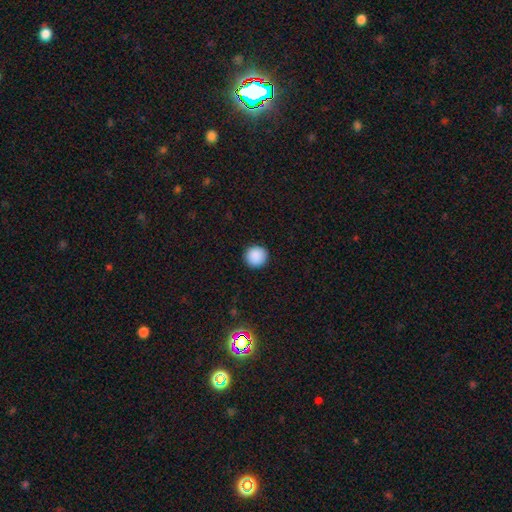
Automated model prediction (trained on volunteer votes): Smooth or featured?
  - smooth: 89% *
  - star or artifact: 9%
  - featured or disk: 2%
How rounded?
  - round: 96% *
  - in between: 4%
  - cigar-shaped: 1%
Merging?
  - none: 93% *
  - minor disturbance: 5%
  - major disturbance: 2%
  - merger: 1%